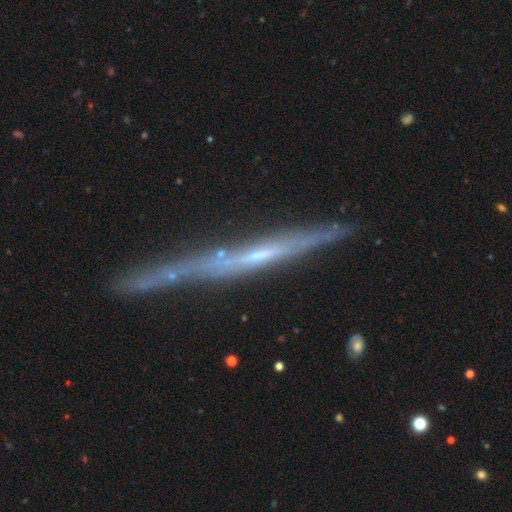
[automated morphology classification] This appears to be a featured or disk galaxy (75%) viewed edge-on (94%) with no central bulge (68%). Merging: none (71%).